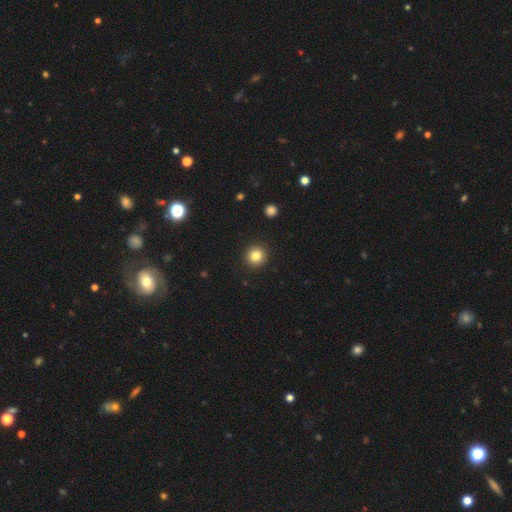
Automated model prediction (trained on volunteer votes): Q: Smooth or featured?
A: smooth (82%); runner-up: star or artifact (11%)
Q: How rounded?
A: round (94%); runner-up: in between (5%)
Q: Merging?
A: none (93%); runner-up: minor disturbance (5%)